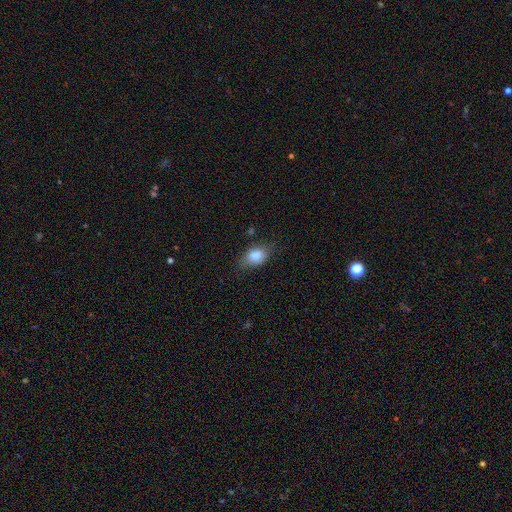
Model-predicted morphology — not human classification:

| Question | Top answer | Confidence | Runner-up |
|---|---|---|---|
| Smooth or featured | smooth | 83% | featured or disk (9%) |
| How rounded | in between | 82% | round (15%) |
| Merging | none | 66% | minor disturbance (25%) |